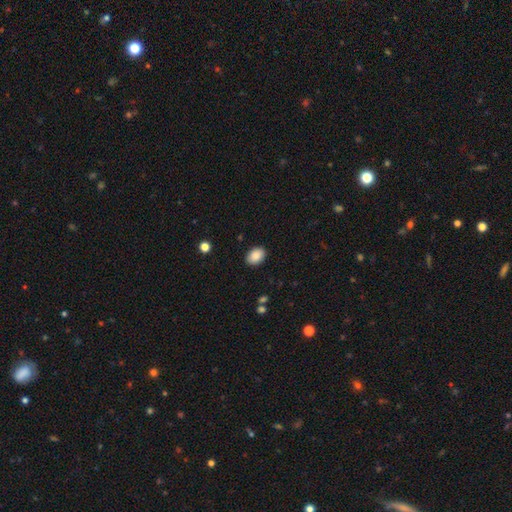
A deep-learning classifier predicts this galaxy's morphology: smooth 88%, star or artifact 7%, featured or disk 5%. Down the decision tree: how rounded — in between (77%); merging — none (89%).